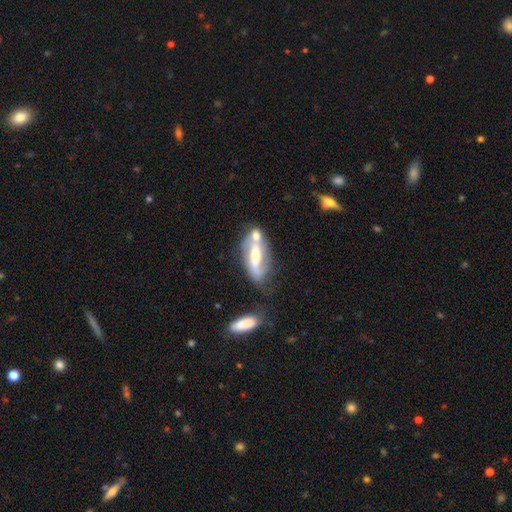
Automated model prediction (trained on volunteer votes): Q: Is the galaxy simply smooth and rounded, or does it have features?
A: featured or disk — 63%.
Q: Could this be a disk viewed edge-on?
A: no — 81%.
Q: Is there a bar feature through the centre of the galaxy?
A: strong — 41%.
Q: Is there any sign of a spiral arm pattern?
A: yes — 64%.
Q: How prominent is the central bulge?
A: moderate — 54%.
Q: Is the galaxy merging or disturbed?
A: merger — 36%.